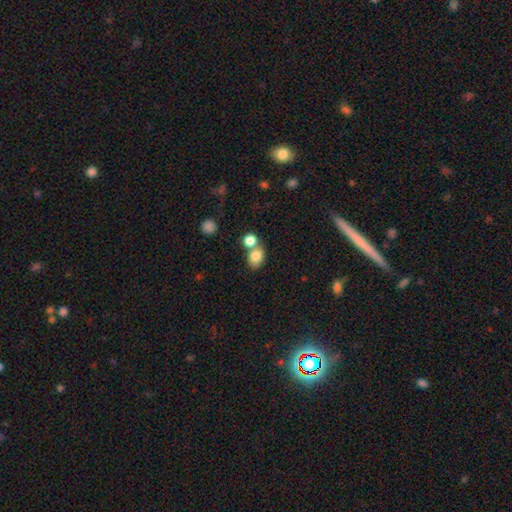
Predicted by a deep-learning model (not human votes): smooth_or_featured: smooth (p=0.81) [alt: star or artifact p=0.09]
how_rounded: in between (p=0.55) [alt: round p=0.44]
merging: none (p=0.44) [alt: merger p=0.42]